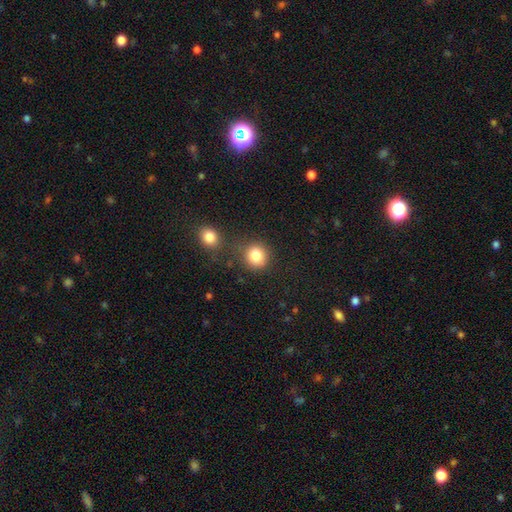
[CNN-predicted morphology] This is clearly a smooth galaxy (83%). How rounded: clearly round (87%). Merging: likely none (76%).